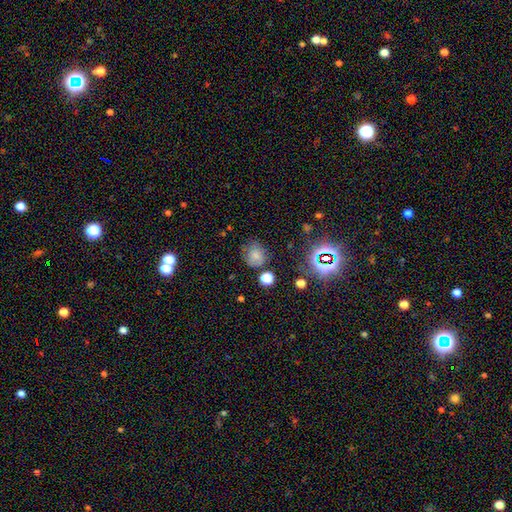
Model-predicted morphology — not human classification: The model was most divided on "merging": none: 69%, minor disturbance: 19%, major disturbance: 7%, merger: 5%. More confident: how rounded — round (79%); smooth or featured — smooth (72%).